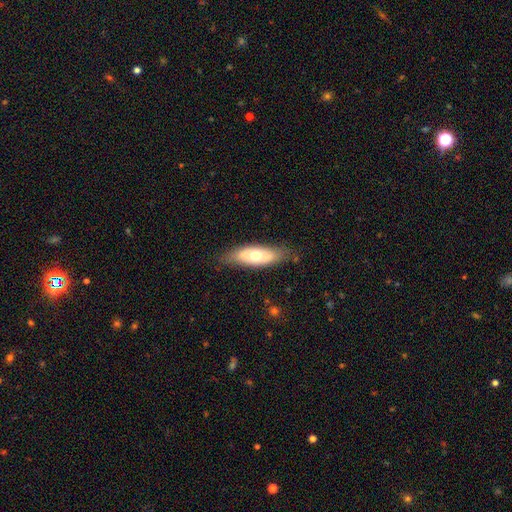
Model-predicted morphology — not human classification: This appears to be a smooth galaxy with no disk features (58%) that is in between round and cigar-shaped (75%). Merging: none (76%).